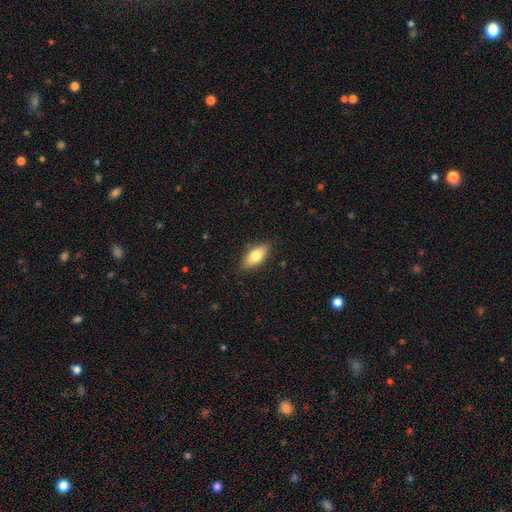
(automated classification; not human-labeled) A smooth galaxy with no disk features (76%) that is in between round and cigar-shaped (84%). Merging: none (86%).